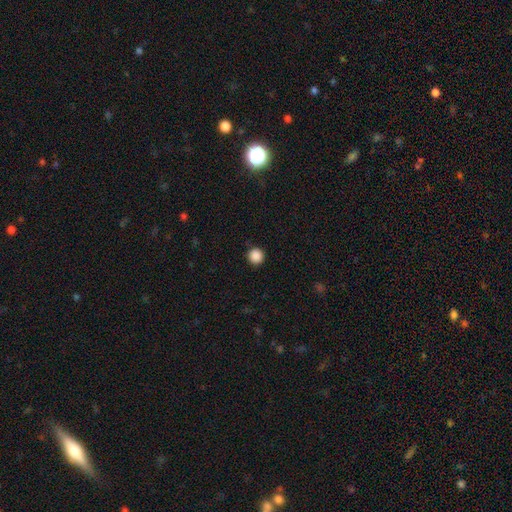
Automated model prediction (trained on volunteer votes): Smooth or featured?
  - smooth: 88% *
  - star or artifact: 10%
  - featured or disk: 2%
How rounded?
  - round: 96% *
  - in between: 3%
  - cigar-shaped: 1%
Merging?
  - none: 92% *
  - minor disturbance: 6%
  - major disturbance: 2%
  - merger: 1%